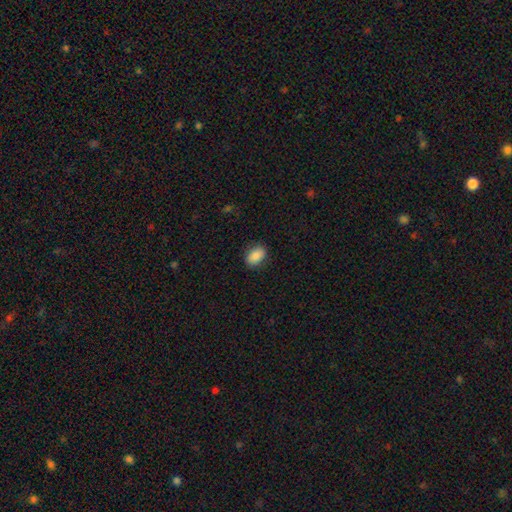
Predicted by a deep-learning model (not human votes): smooth-or-featured: smooth: 88% | star or artifact: 8% | featured or disk: 5%
  how-rounded: in between: 85% | round: 14% | cigar-shaped: 1%
  merging: none: 86% | minor disturbance: 10% | major disturbance: 3% | merger: 1%